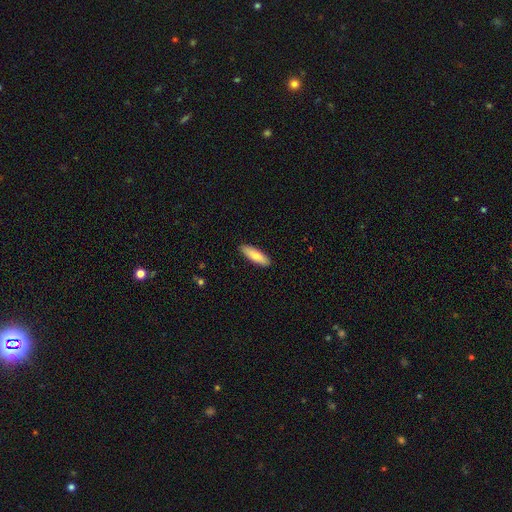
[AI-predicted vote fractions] Overall: smooth (79%). How rounded: cigar-shaped (53%; in between 45%). Merging: none (90%).